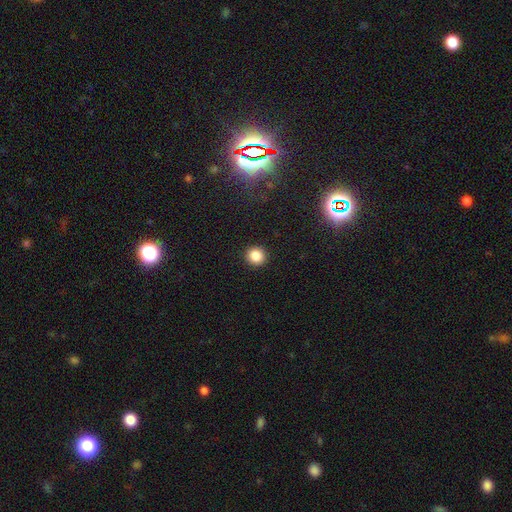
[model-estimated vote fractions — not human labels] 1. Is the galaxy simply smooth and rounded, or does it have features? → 86% smooth, 11% star or artifact, 3% featured or disk.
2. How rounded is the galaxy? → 92% round, 7% in between, 1% cigar-shaped.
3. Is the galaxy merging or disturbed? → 92% none, 5% minor disturbance, 2% major disturbance, 1% merger.